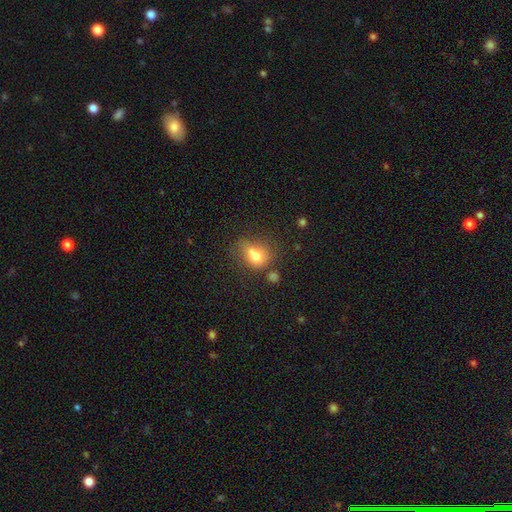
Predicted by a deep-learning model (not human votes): smooth-or-featured: smooth: 71% | featured or disk: 17% | star or artifact: 12%
  how-rounded: round: 51% | in between: 47% | cigar-shaped: 2%
  merging: none: 35% | merger: 32% | minor disturbance: 21% | major disturbance: 12%